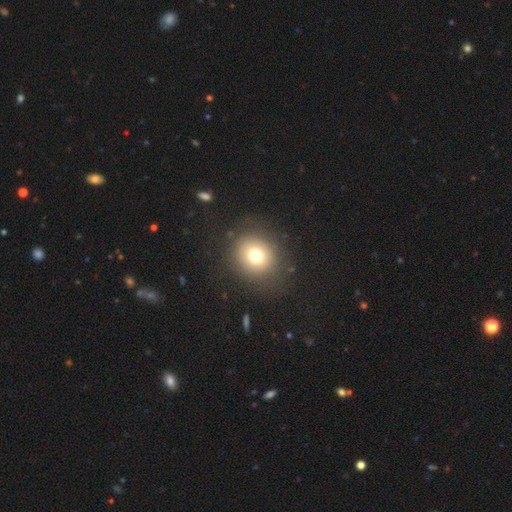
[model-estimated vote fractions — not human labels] Q: Smooth or featured?
A: smooth (73%); runner-up: star or artifact (14%)
Q: How rounded?
A: round (86%); runner-up: in between (13%)
Q: Merging?
A: none (85%); runner-up: minor disturbance (9%)